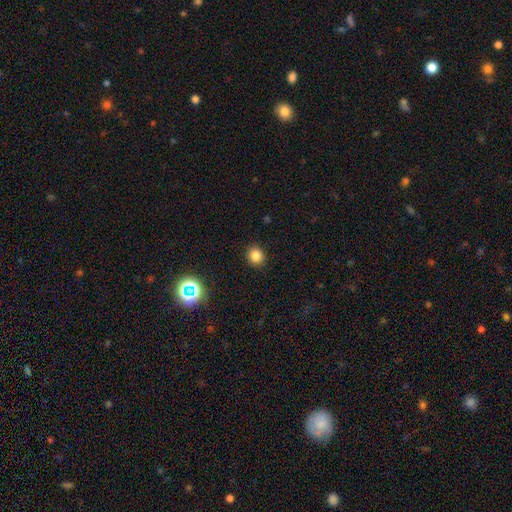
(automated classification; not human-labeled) Morphology: type=smooth (83%); roundness=round (77%); merging=none (89%).